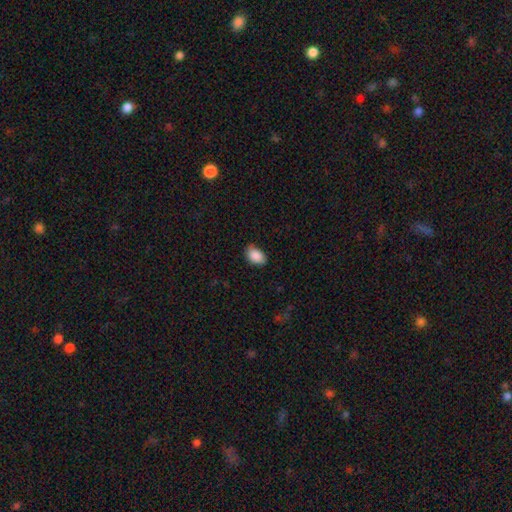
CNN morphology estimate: type=smooth (89%); roundness=in between (85%); merging=none (78%).